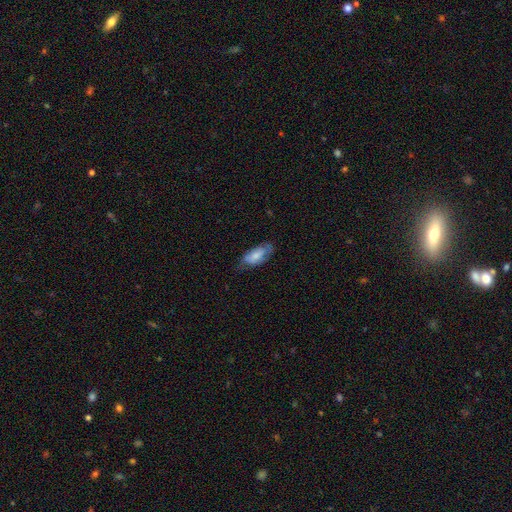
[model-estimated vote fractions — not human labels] smooth 69%, featured or disk 24%, star or artifact 6%. Down the decision tree: how rounded — in between (86%); merging — none (62%).